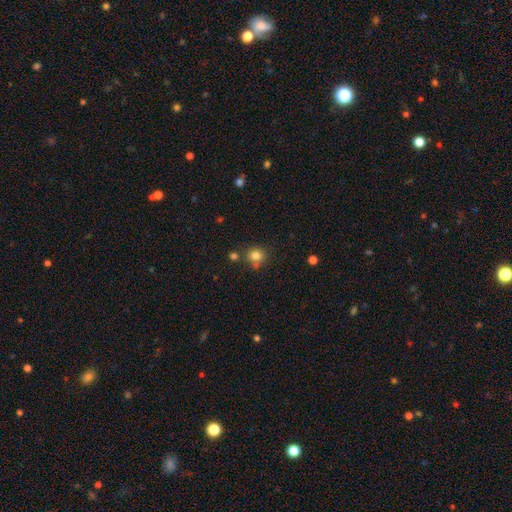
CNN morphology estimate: smooth-or-featured: smooth: 81% | star or artifact: 13% | featured or disk: 6%
  how-rounded: round: 87% | in between: 12% | cigar-shaped: 1%
  merging: none: 70% | minor disturbance: 13% | merger: 13% | major disturbance: 4%